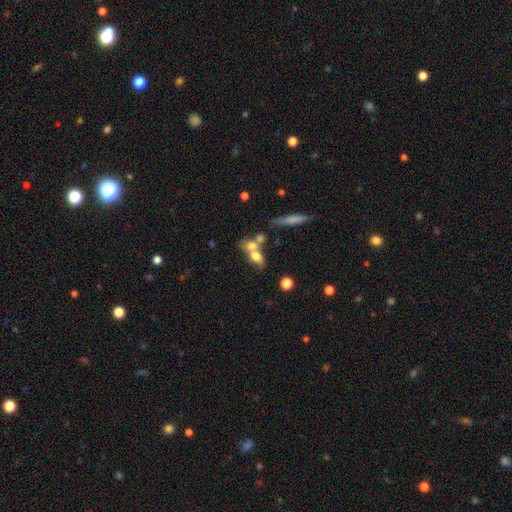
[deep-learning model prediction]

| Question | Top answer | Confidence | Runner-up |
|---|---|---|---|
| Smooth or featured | smooth | 66% | featured or disk (24%) |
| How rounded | in between | 61% | round (26%) |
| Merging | merger | 59% | none (26%) |